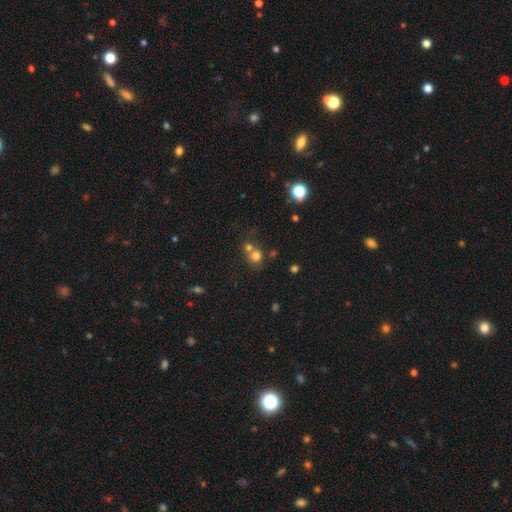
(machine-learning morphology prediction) The model was most divided on "merging": none: 45%, merger: 44%, minor disturbance: 7%, major disturbance: 4%. More confident: how rounded — round (83%); smooth or featured — smooth (73%).